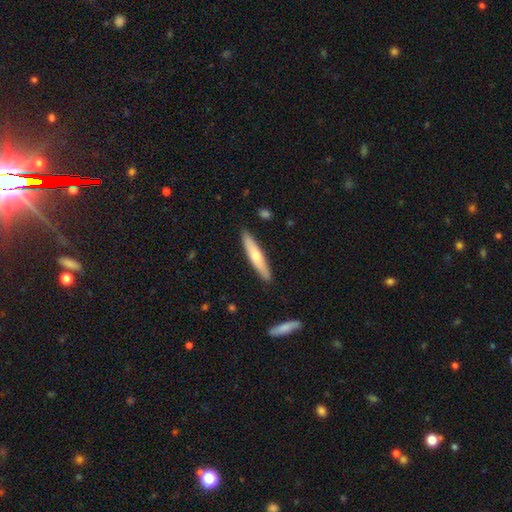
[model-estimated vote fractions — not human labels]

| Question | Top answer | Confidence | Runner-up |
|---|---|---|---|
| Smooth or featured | smooth | 54% | featured or disk (40%) |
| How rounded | cigar-shaped | 87% | in between (12%) |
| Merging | none | 89% | minor disturbance (8%) |